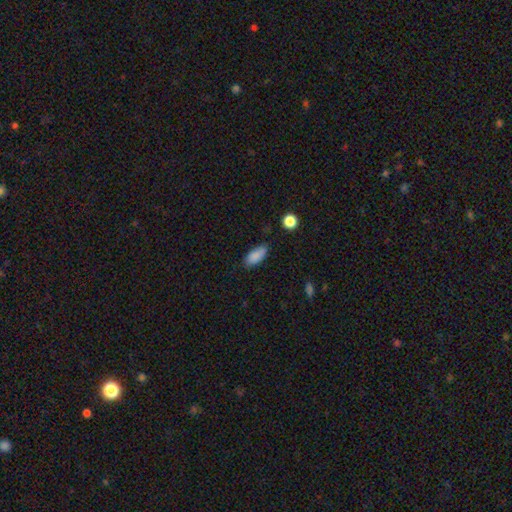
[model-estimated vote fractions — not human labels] smooth-or-featured: smooth: 87% | star or artifact: 8% | featured or disk: 5%
  how-rounded: in between: 86% | cigar-shaped: 12% | round: 3%
  merging: none: 74% | minor disturbance: 20% | major disturbance: 4% | merger: 2%